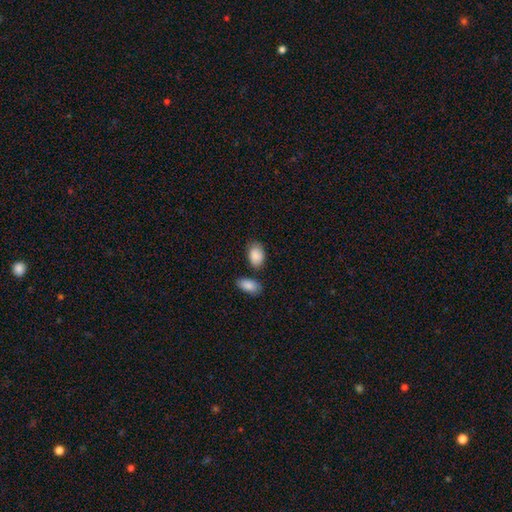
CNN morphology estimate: type=smooth (89%); roundness=in between (91%); merging=none (68%).